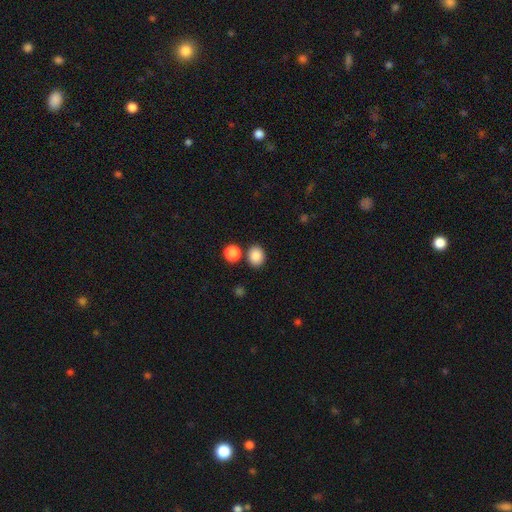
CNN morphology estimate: Q: Smooth or featured?
A: smooth (87%); runner-up: star or artifact (9%)
Q: How rounded?
A: round (52%); runner-up: in between (47%)
Q: Merging?
A: none (80%); runner-up: minor disturbance (9%)